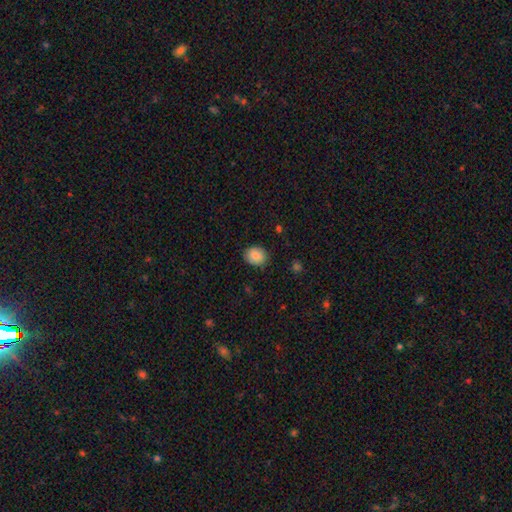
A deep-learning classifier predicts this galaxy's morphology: type=smooth (87%); roundness=round (55%); merging=none (87%).